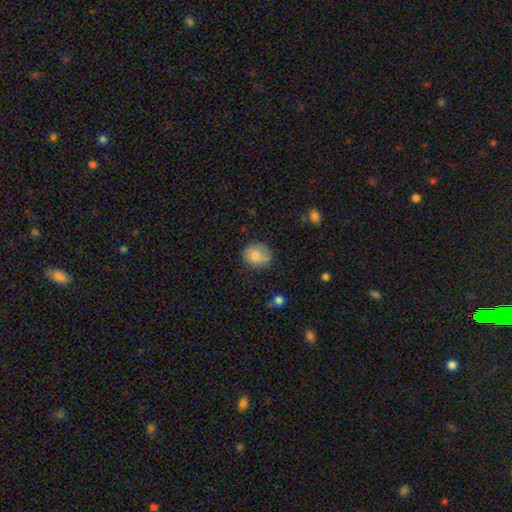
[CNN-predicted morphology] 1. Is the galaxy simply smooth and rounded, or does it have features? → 84% smooth, 8% star or artifact, 8% featured or disk.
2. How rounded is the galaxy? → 70% round, 29% in between, 1% cigar-shaped.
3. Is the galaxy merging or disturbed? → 72% none, 20% minor disturbance, 5% major disturbance, 3% merger.